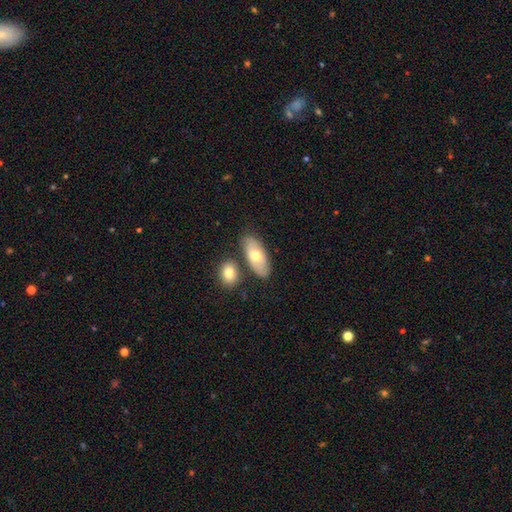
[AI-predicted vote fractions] smooth-or-featured: smooth: 61% | featured or disk: 33% | star or artifact: 6%
  how-rounded: in between: 88% | cigar-shaped: 8% | round: 4%
  merging: none: 72% | merger: 13% | minor disturbance: 13% | major disturbance: 3%